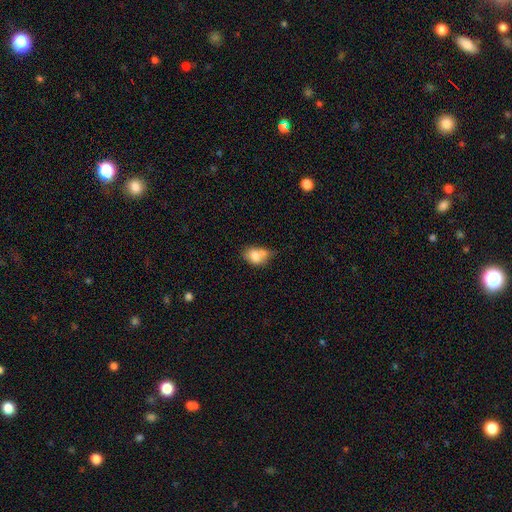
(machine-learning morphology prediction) Smooth or featured: smooth — 75% (featured or disk — 16%)
How rounded: in between — 67% (round — 31%)
Merging: merger — 45% (none — 28%)